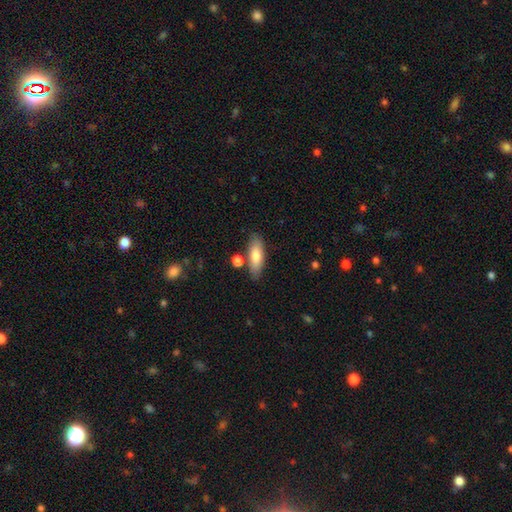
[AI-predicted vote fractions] Overall: smooth (77%). How rounded: in between (61%; cigar-shaped 37%). Merging: none (77%).